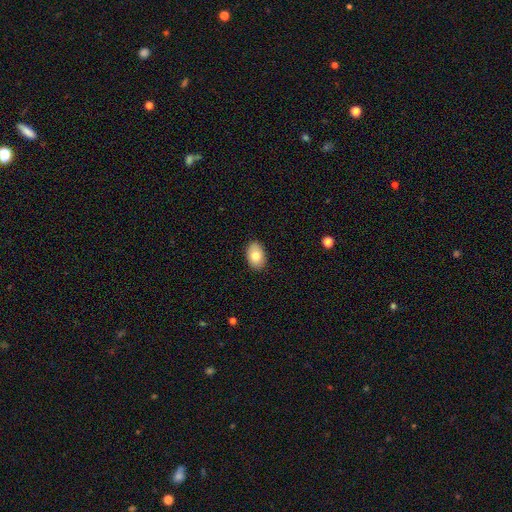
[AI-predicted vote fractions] This appears to be a smooth galaxy with no disk features (79%) that is in between round and cigar-shaped (87%). Merging: none (89%).